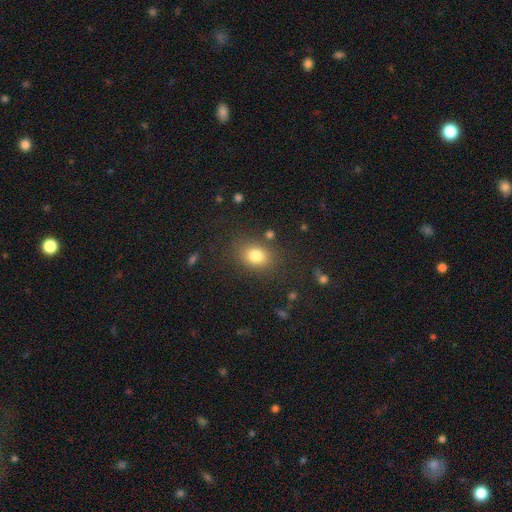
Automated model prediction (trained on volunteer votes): Q: Smooth or featured?
A: smooth (81%); runner-up: star or artifact (11%)
Q: How rounded?
A: in between (57%); runner-up: round (42%)
Q: Merging?
A: none (80%); runner-up: minor disturbance (12%)